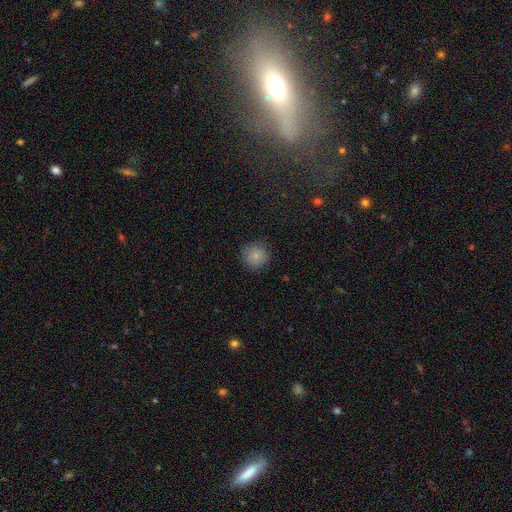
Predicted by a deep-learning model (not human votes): smooth 84%, star or artifact 11%, featured or disk 6%. Down the decision tree: how rounded — round (93%); merging — none (87%).